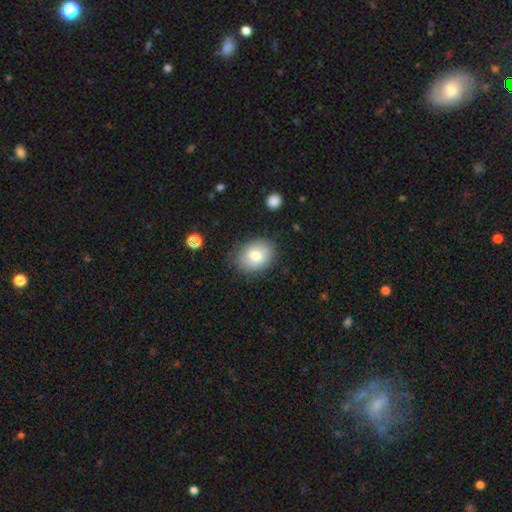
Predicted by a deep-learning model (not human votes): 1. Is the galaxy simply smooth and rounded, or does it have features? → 79% smooth, 13% featured or disk, 8% star or artifact.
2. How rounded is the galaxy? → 63% in between, 36% round, 1% cigar-shaped.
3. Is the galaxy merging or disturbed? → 81% none, 14% minor disturbance, 3% major disturbance, 2% merger.